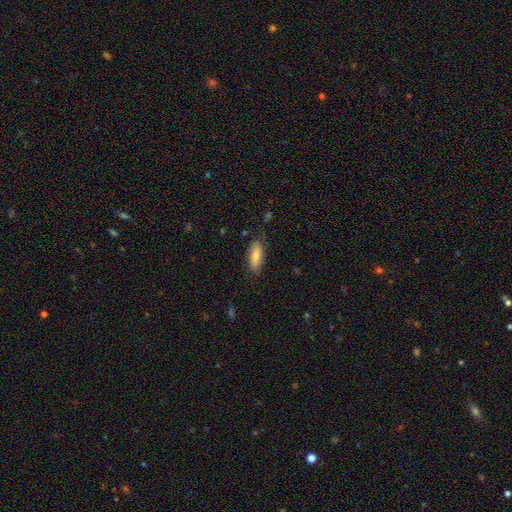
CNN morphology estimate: type=smooth (81%); roundness=in between (72%); merging=none (79%).